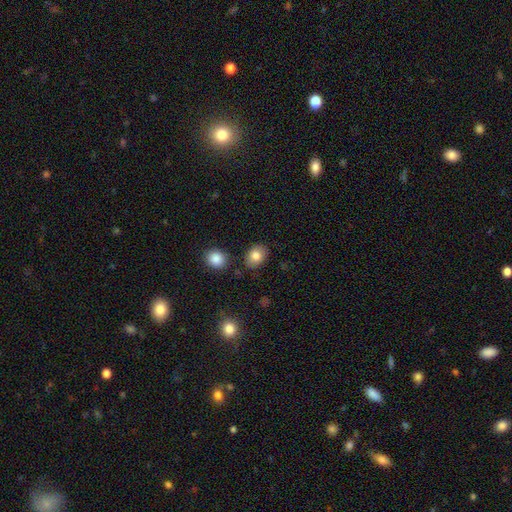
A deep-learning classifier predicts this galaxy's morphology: Smooth or featured?
  - smooth: 82% *
  - featured or disk: 10%
  - star or artifact: 8%
How rounded?
  - in between: 71% *
  - round: 28%
  - cigar-shaped: 1%
Merging?
  - none: 82% *
  - minor disturbance: 11%
  - merger: 4%
  - major disturbance: 3%